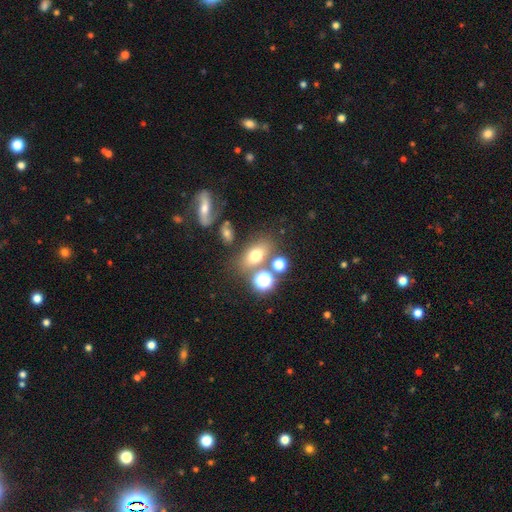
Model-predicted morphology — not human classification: This is likely a smooth galaxy (65%). How rounded: likely in between (74%). Merging: likely none (64%).